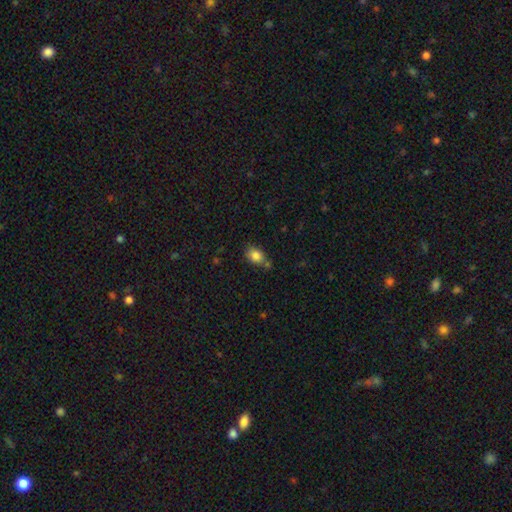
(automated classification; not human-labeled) Smooth or featured: smooth — 84% (star or artifact — 9%)
How rounded: in between — 67% (round — 31%)
Merging: none — 65% (minor disturbance — 19%)